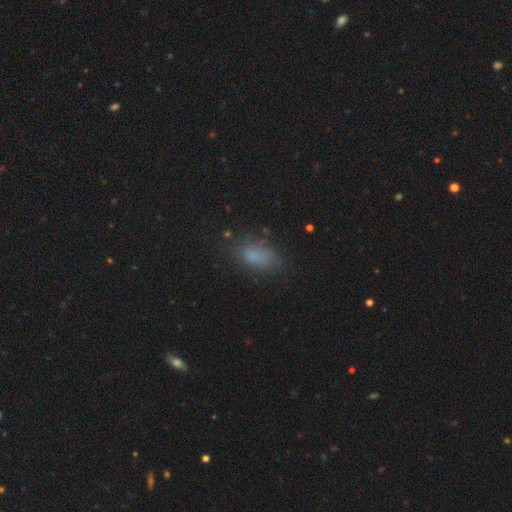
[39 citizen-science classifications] smooth_or_featured: smooth (p=0.87) [alt: featured or disk p=0.08]
how_rounded: in between (p=0.94) [alt: round p=0.06]
merging: none (p=0.70) [alt: minor disturbance p=0.16]